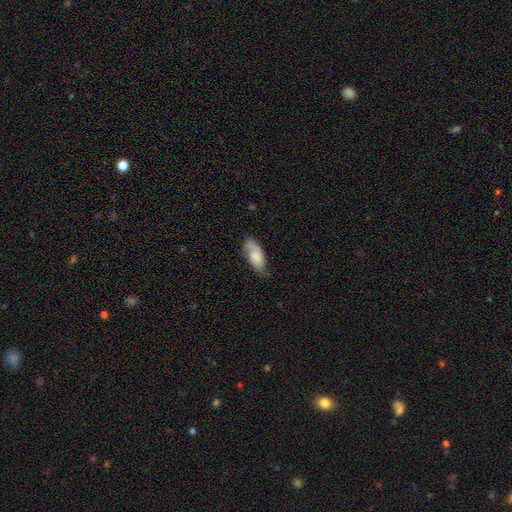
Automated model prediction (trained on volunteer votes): Morphology: type=smooth (60%); roundness=in between (86%); merging=none (55%).